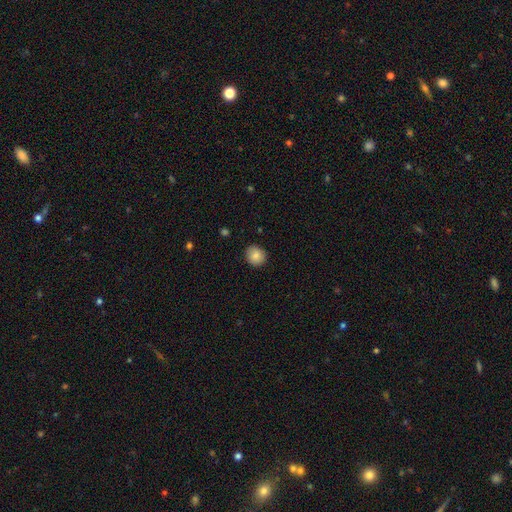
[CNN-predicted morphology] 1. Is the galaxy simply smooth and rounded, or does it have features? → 84% smooth, 8% star or artifact, 7% featured or disk.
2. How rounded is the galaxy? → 85% round, 14% in between, 1% cigar-shaped.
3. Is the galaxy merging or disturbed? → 89% none, 8% minor disturbance, 2% major disturbance, 1% merger.